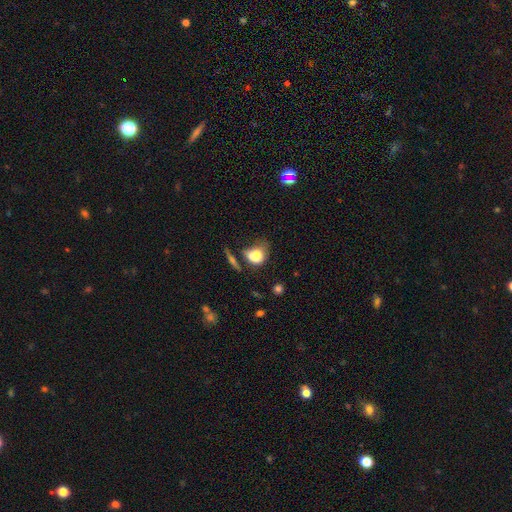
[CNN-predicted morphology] Smooth or featured?
  - smooth: 73% *
  - featured or disk: 18%
  - star or artifact: 10%
How rounded?
  - round: 51% *
  - in between: 47%
  - cigar-shaped: 2%
Merging?
  - none: 30% *
  - merger: 26%
  - minor disturbance: 23%
  - major disturbance: 21%